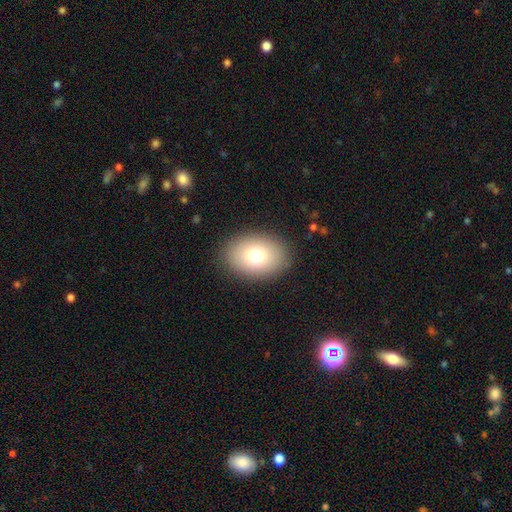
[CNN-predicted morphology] A smooth galaxy with no disk features (77%) that is in between round and cigar-shaped (78%).

Vote fractions:
- Smooth or featured? smooth: 77% / featured or disk: 14% / star or artifact: 10%
- How rounded? in between: 78% / round: 21% / cigar-shaped: 1%
- Merging? none: 89% / minor disturbance: 8% / major disturbance: 3% / merger: 1%